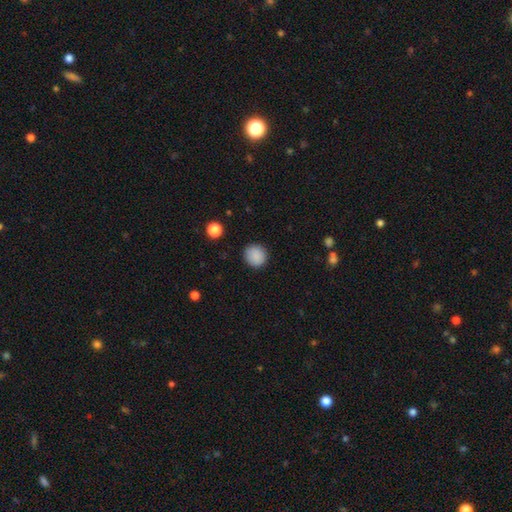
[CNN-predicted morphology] Smooth or featured? Predicted: smooth (p=0.88). How rounded? Predicted: round (p=0.91). Merging? Predicted: none (p=0.90).